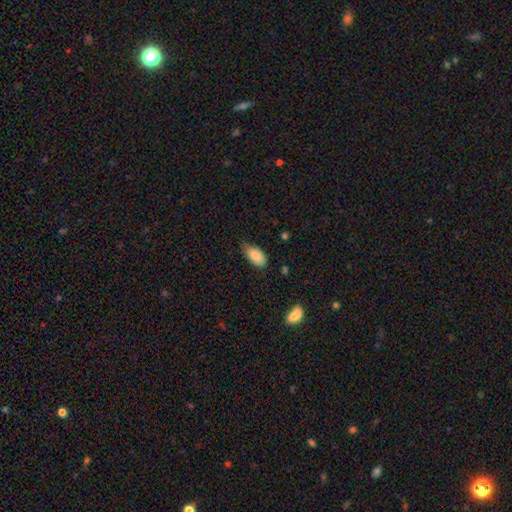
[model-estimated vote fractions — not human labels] Morphology: type=smooth (84%); roundness=in between (93%); merging=none (64%).